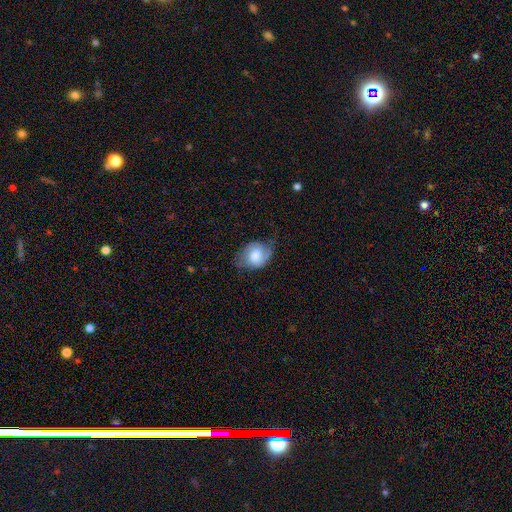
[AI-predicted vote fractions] Overall: smooth (58%; featured or disk 35%). How rounded: in between (61%; round 38%). Merging: none (51%; minor disturbance 34%).